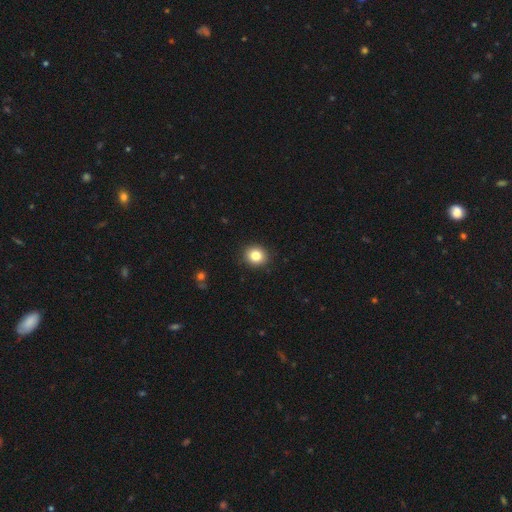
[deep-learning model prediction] smooth-or-featured: smooth: 83% | star or artifact: 10% | featured or disk: 6%
  how-rounded: round: 77% | in between: 22% | cigar-shaped: 1%
  merging: none: 91% | minor disturbance: 6% | major disturbance: 2% | merger: 1%